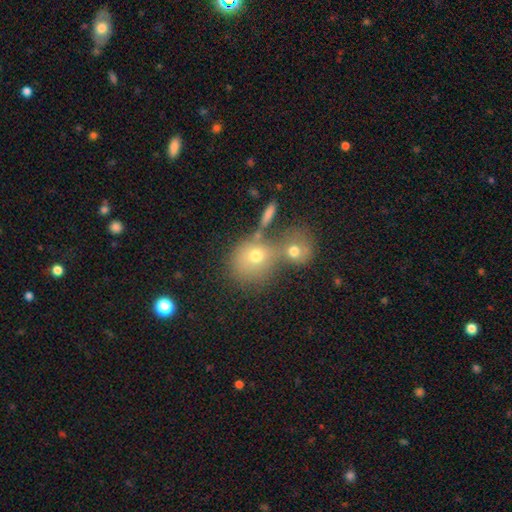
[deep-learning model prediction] smooth_or_featured: smooth (p=0.65) [alt: featured or disk p=0.19]
how_rounded: round (p=0.77) [alt: in between p=0.21]
merging: merger (p=0.51) [alt: none p=0.34]